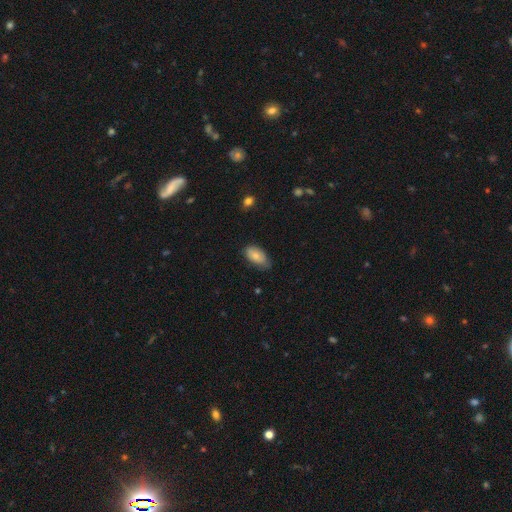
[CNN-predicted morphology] Overall: smooth (79%). How rounded: in between (93%). Merging: none (61%; minor disturbance 33%).